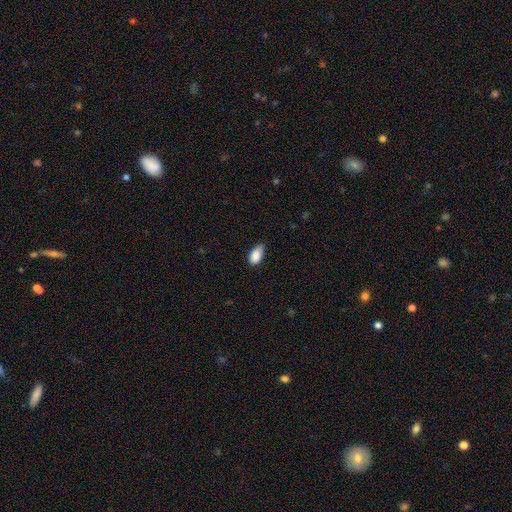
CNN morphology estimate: smooth-or-featured: smooth: 89% | star or artifact: 7% | featured or disk: 5%
  how-rounded: in between: 93% | round: 4% | cigar-shaped: 3%
  merging: none: 60% | minor disturbance: 34% | major disturbance: 5% | merger: 1%